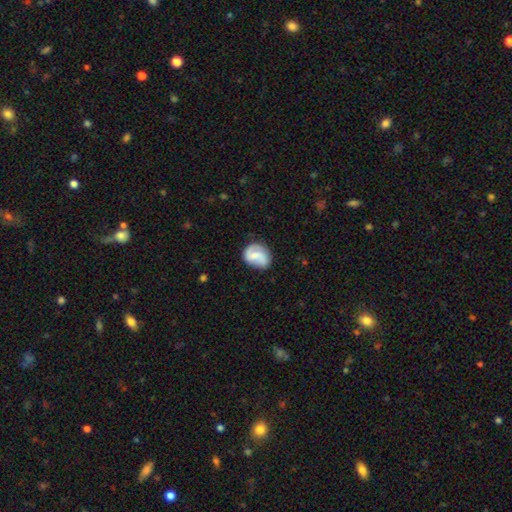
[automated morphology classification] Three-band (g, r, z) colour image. It shows a featured or disk galaxy (51%) with a weak bar (46%), spiral arms (85%) and a small central bulge (41%). Merging: none (65%).